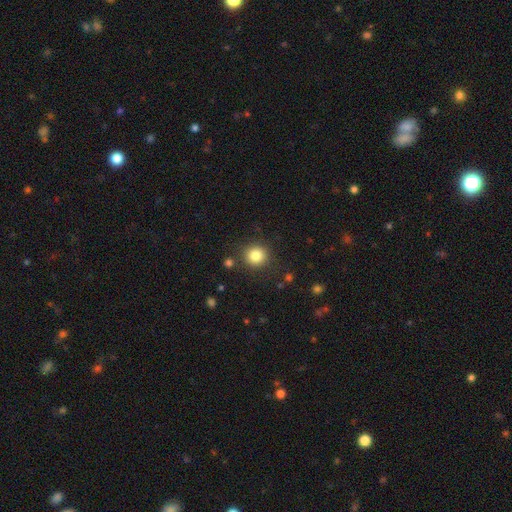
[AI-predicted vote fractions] This is clearly a smooth galaxy (82%). How rounded: clearly round (92%). Merging: clearly none (87%).